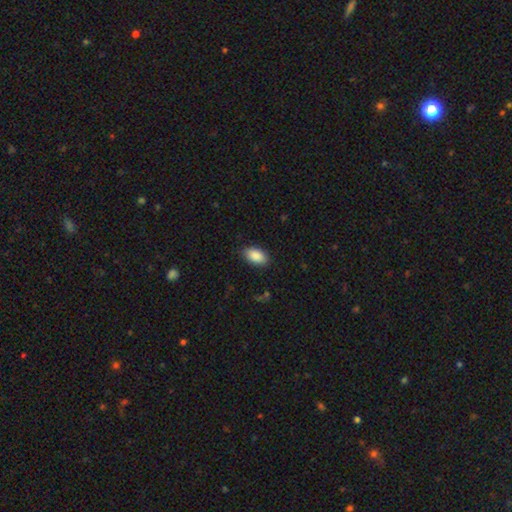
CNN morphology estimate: Overall: smooth (90%). How rounded: in between (94%). Merging: none (86%).